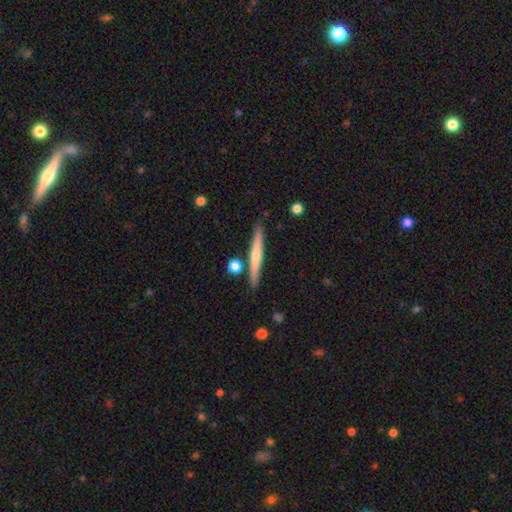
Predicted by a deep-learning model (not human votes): Smooth or featured? featured or disk (53%)
Edge-on disk? yes (96%)
Edge-on bulge? rounded (56%)
Merging? none (87%)